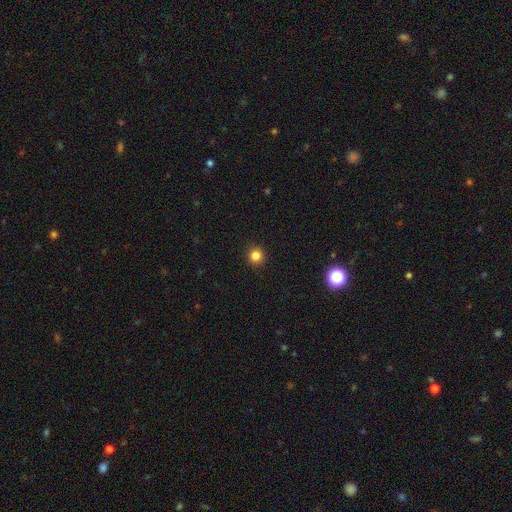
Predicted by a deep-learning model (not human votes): This is clearly a smooth galaxy (83%). How rounded: clearly round (93%). Merging: clearly none (93%).